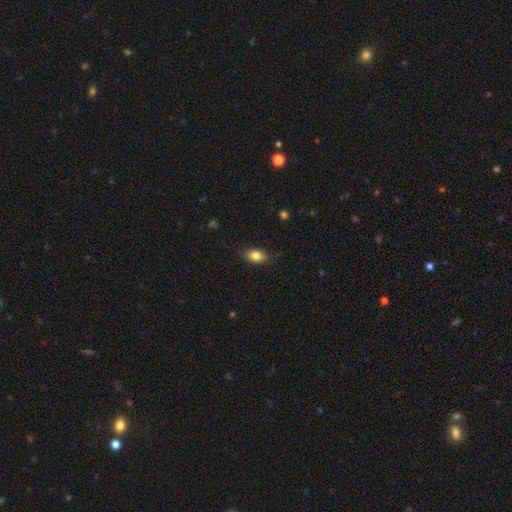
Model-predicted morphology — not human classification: Overall: smooth (84%). How rounded: in between (87%). Merging: none (85%).